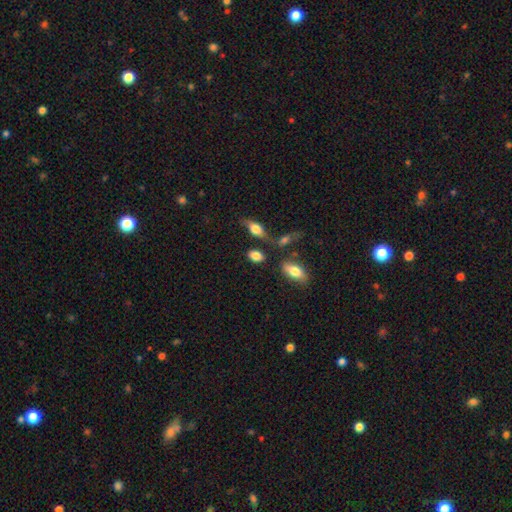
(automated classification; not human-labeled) This is likely a smooth galaxy (79%). How rounded: clearly in between (83%). Merging: likely none (66%).